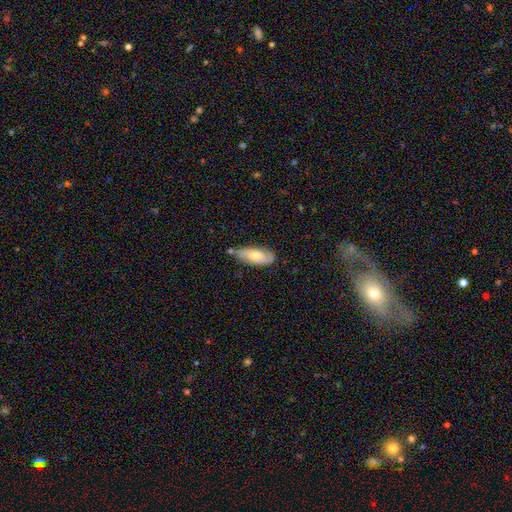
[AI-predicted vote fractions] This is likely a smooth galaxy (66%). How rounded: likely in between (76%). Merging: likely none (64%).